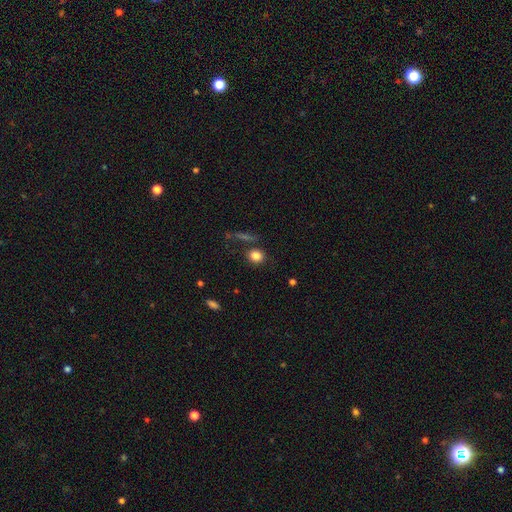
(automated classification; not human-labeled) This is clearly a smooth galaxy (83%). How rounded: likely round (79%). Merging: likely none (77%).